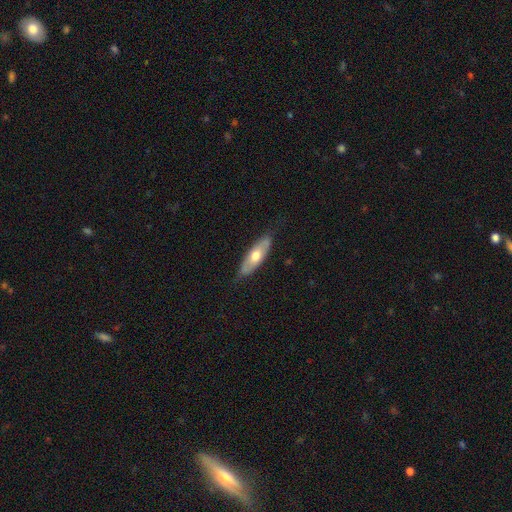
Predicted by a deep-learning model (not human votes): smooth_or_featured: smooth (p=0.55) [alt: featured or disk p=0.40]
how_rounded: in between (p=0.64) [alt: cigar-shaped p=0.33]
merging: none (p=0.77) [alt: minor disturbance p=0.18]